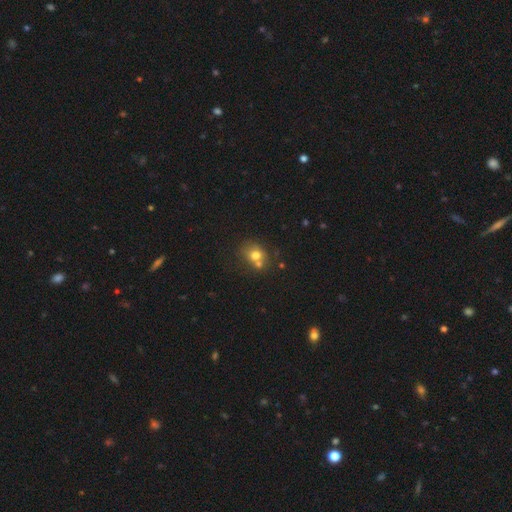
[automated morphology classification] Smooth or featured?
  - smooth: 72% *
  - featured or disk: 15%
  - star or artifact: 13%
How rounded?
  - round: 65% *
  - in between: 34%
  - cigar-shaped: 1%
Merging?
  - none: 46% *
  - merger: 37%
  - minor disturbance: 12%
  - major disturbance: 5%